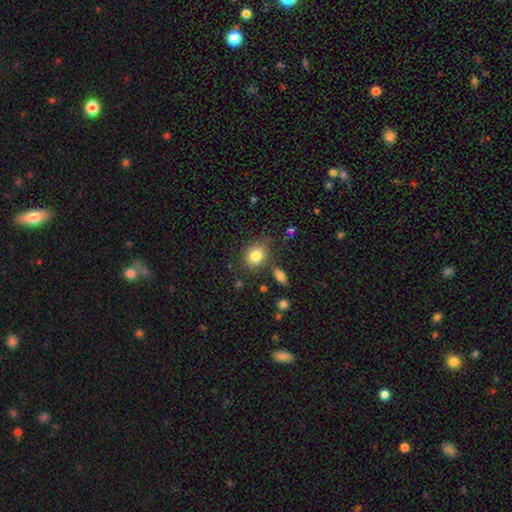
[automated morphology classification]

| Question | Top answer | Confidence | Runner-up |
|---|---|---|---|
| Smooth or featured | smooth | 82% | star or artifact (9%) |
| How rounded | in between | 50% | round (49%) |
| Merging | none | 71% | minor disturbance (17%) |